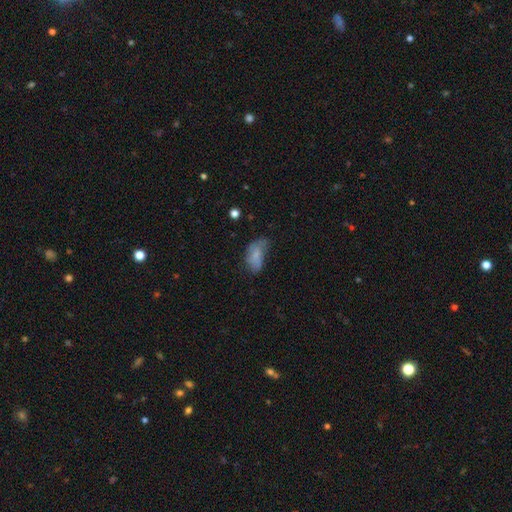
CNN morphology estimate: Q: Smooth or featured?
A: smooth (68%); runner-up: featured or disk (22%)
Q: How rounded?
A: in between (91%); runner-up: round (5%)
Q: Merging?
A: minor disturbance (37%); runner-up: none (34%)